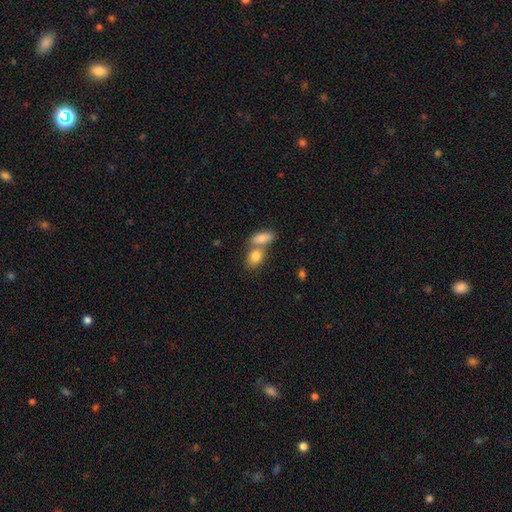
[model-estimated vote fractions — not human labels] smooth 82%, featured or disk 10%, star or artifact 7%. Down the decision tree: how rounded — in between (77%); merging — merger (52%).